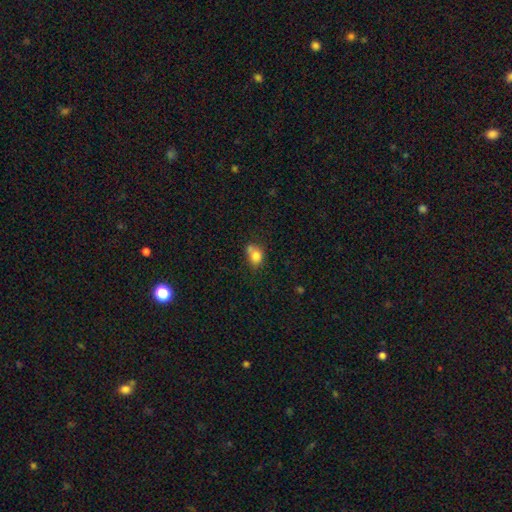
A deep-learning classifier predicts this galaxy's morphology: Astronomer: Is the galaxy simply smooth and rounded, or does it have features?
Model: smooth — 78%.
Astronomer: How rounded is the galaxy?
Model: round — 56% (runner-up: in between, 43%).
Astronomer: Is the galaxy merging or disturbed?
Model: none — 41% (runner-up: merger, 32%).